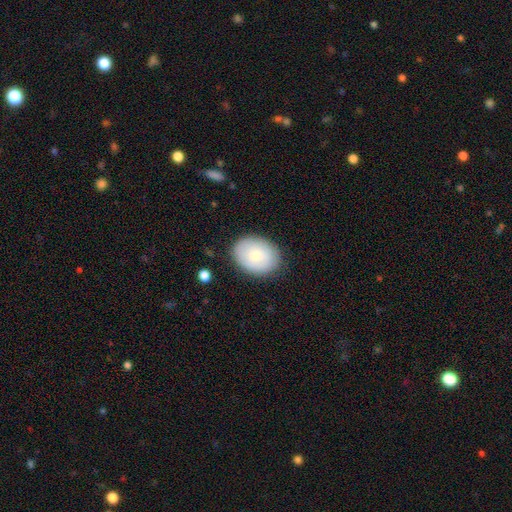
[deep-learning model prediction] smooth 70%, featured or disk 23%, star or artifact 7%. Down the decision tree: how rounded — in between (63%); merging — none (83%).